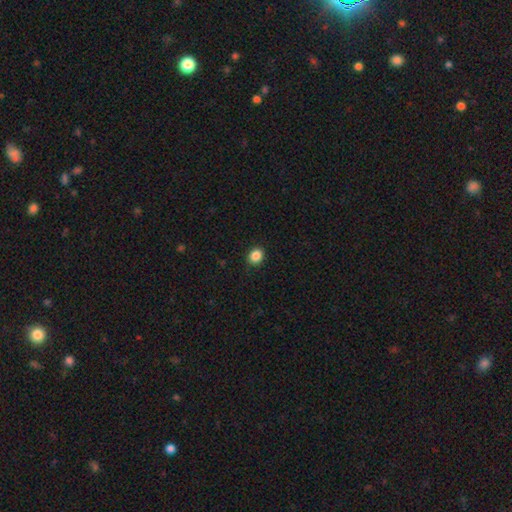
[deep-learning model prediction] Smooth or featured: smooth — 87% (star or artifact — 10%)
How rounded: round — 64% (in between — 36%)
Merging: none — 90% (minor disturbance — 7%)